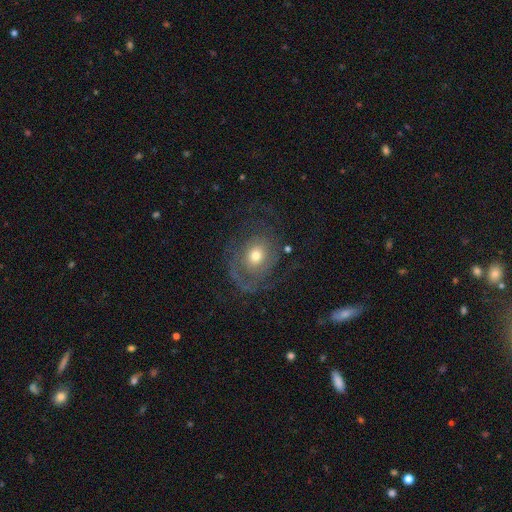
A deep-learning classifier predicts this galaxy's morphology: This appears to be a featured or disk galaxy (69%) with no bar (79%), 2 (38%) tight (40%) spiral arms (79%) and a moderate central bulge (62%). Merging: none (57%).